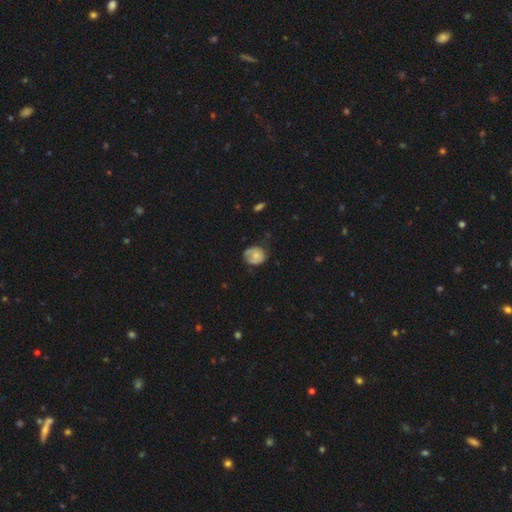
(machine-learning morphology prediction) A smooth galaxy with no disk features (56%) that is round (67%). Merging: none (50%).